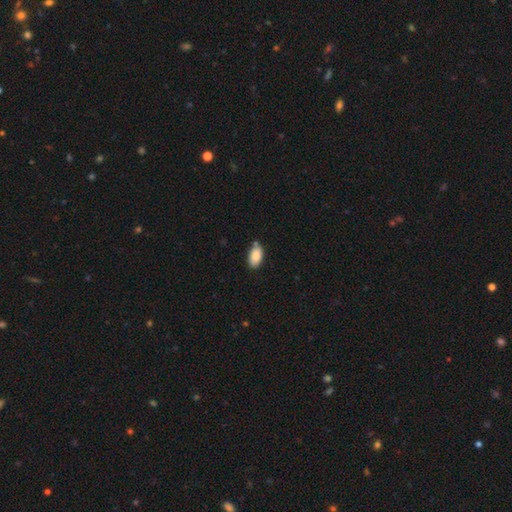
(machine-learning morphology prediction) Overall: smooth (88%). How rounded: in between (94%). Merging: none (76%).